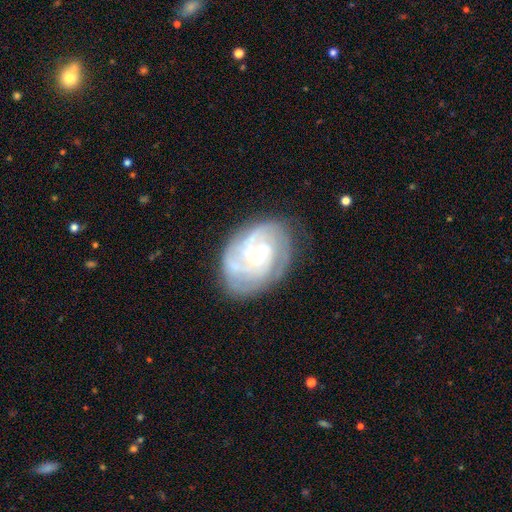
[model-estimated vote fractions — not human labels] This is clearly a featured or disk galaxy (83%). It is clearly not viewed edge-on (97%). Bar: likely no (71%). Spiral arm pattern: clearly yes (93%). Spiral arm count: marginally can't tell (32%). Spiral winding: likely tight (63%). Central bulge: likely small (67%). Merging: likely none (71%).